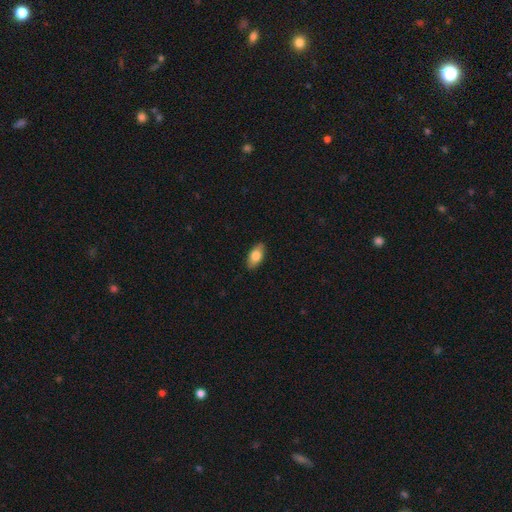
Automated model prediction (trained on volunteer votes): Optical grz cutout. It shows a smooth galaxy with no disk features (79%) that is in between round and cigar-shaped (91%). Merging: none (87%).